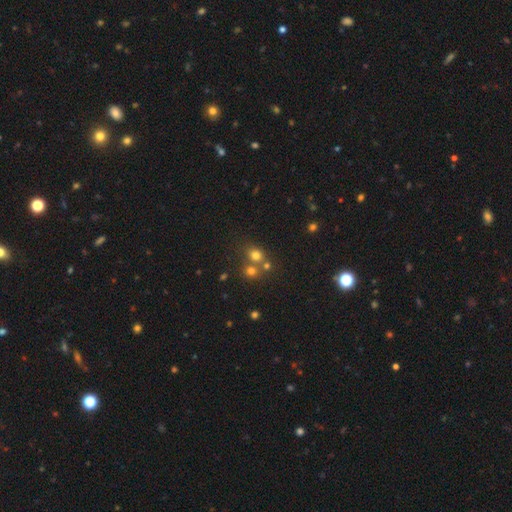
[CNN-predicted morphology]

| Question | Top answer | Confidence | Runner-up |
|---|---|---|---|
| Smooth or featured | smooth | 70% | star or artifact (19%) |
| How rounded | round | 71% | in between (28%) |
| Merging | none | 49% | merger (39%) |